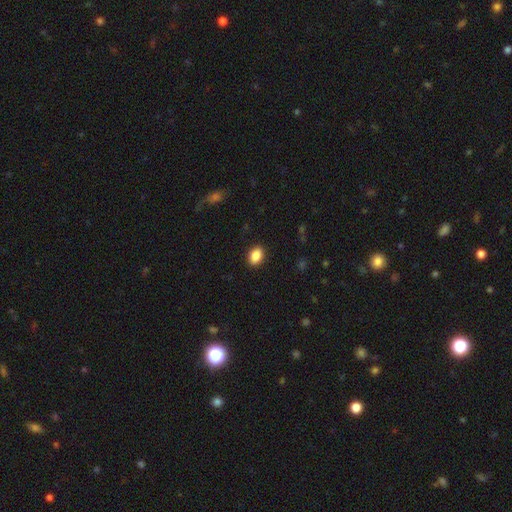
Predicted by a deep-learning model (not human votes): A smooth galaxy with no disk features (87%) that is in between round and cigar-shaped (78%). Merging: none (90%).